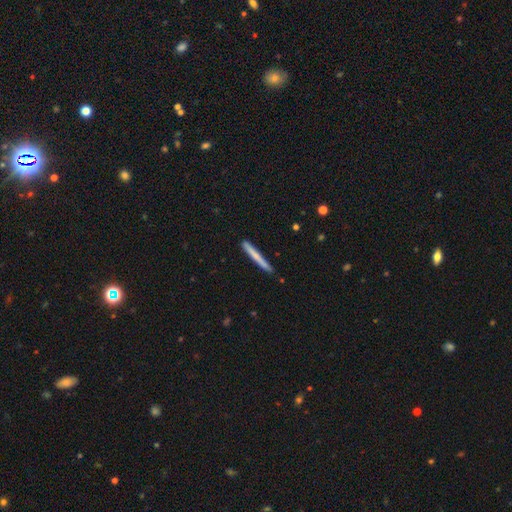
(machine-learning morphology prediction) This is likely a smooth galaxy (69%). How rounded: clearly cigar-shaped (97%). Merging: clearly none (88%).